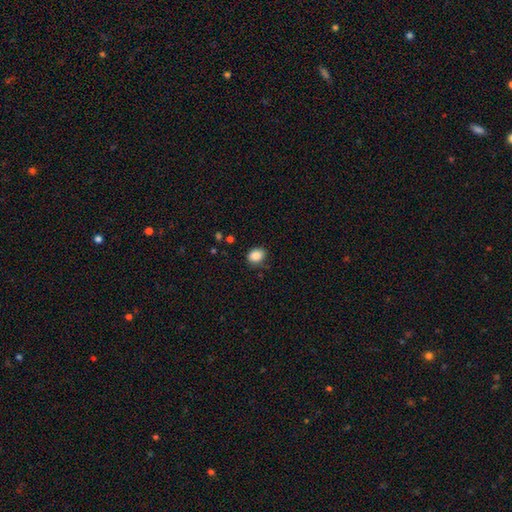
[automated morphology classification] This appears to be a smooth galaxy with no disk features (88%) that is in between round and cigar-shaped (55%). Merging: none (81%).